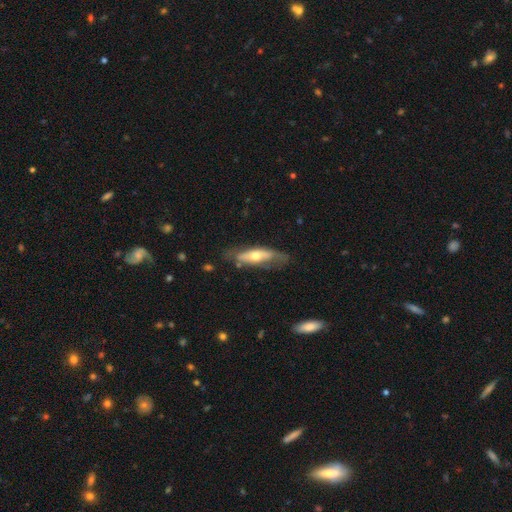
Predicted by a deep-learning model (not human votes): Smooth or featured? featured or disk (55%)
Edge-on disk? no (54%)
Merging? none (65%)